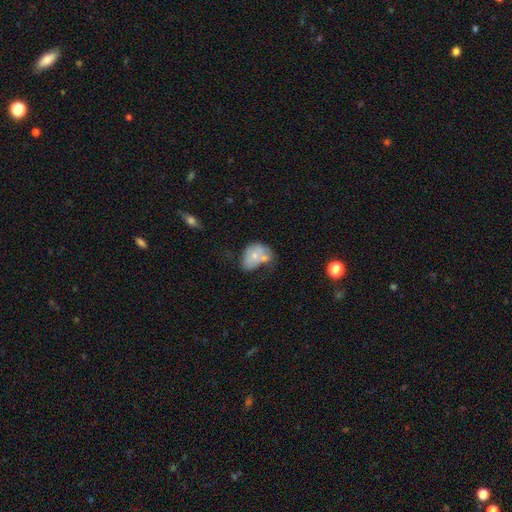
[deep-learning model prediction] A smooth galaxy with no disk features (55%) that is in between round and cigar-shaped (71%). Merging: merger (38%).